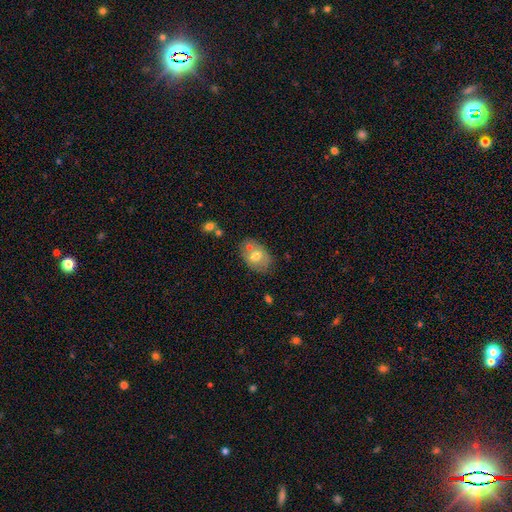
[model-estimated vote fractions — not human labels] Smooth or featured? smooth (61%)
How rounded? in between (78%)
Merging? none (56%)